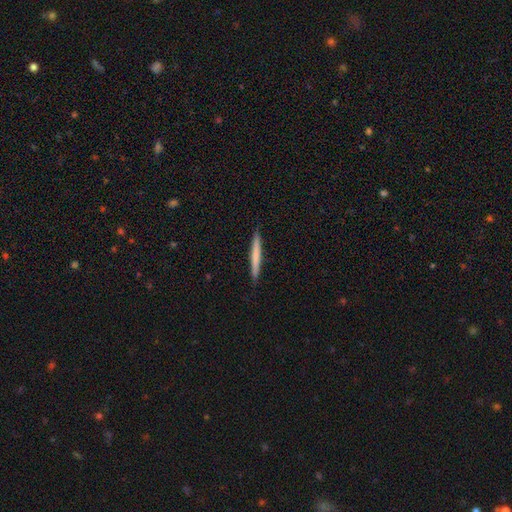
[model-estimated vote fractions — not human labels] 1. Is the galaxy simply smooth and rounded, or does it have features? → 64% smooth, 31% featured or disk, 5% star or artifact.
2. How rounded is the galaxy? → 97% cigar-shaped, 2% in between, 1% round.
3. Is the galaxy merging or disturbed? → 91% none, 7% minor disturbance, 1% major disturbance, 1% merger.